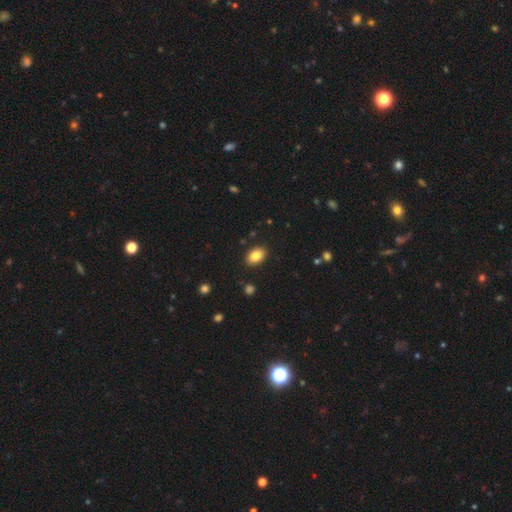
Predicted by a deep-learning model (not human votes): A smooth galaxy with no disk features (84%) that is in between round and cigar-shaped (86%). Merging: none (88%).